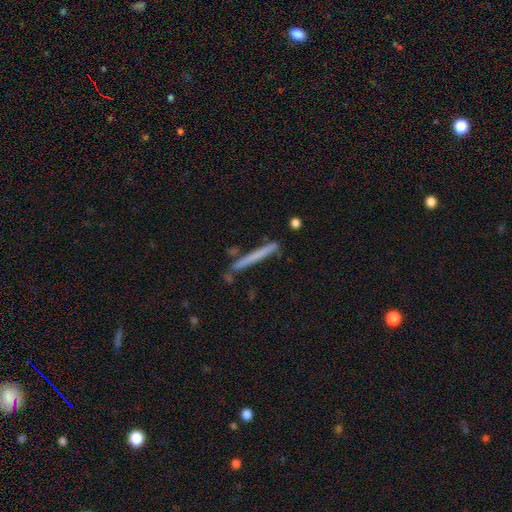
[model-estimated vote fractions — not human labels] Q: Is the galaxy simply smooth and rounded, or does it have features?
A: smooth — 56%.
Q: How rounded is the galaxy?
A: cigar-shaped — 97%.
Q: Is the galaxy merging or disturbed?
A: none — 82%.